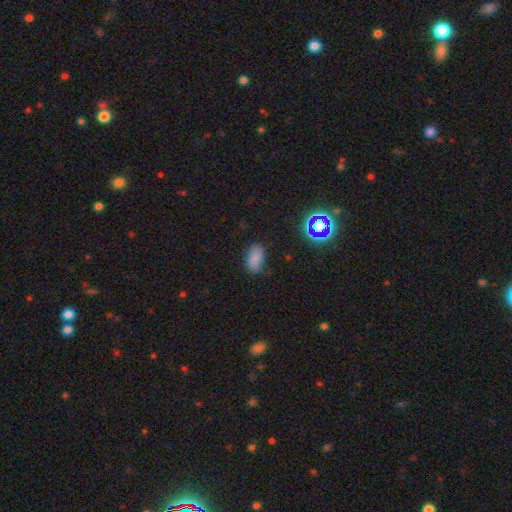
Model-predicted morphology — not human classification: type=smooth (78%); roundness=in between (91%); merging=none (80%).